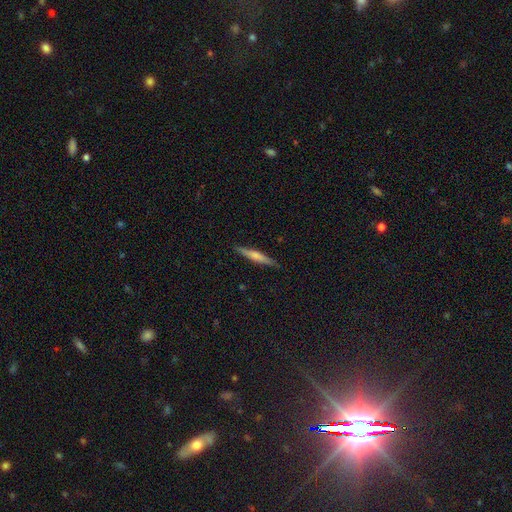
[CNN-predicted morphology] type=smooth (53%); roundness=cigar-shaped (93%); merging=none (89%).